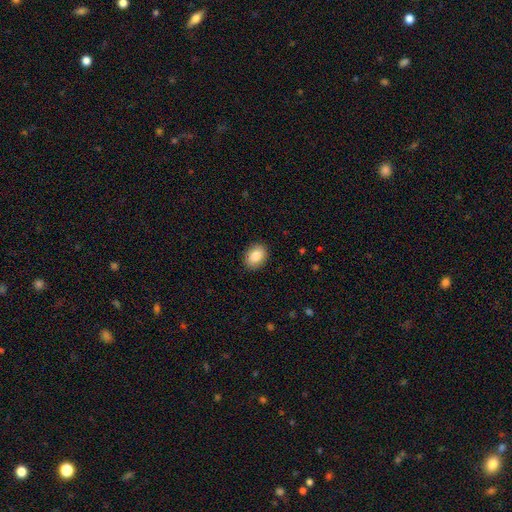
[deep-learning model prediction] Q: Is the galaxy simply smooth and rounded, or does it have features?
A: smooth — 86%.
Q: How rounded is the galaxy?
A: in between — 74%.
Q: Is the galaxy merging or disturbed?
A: none — 89%.